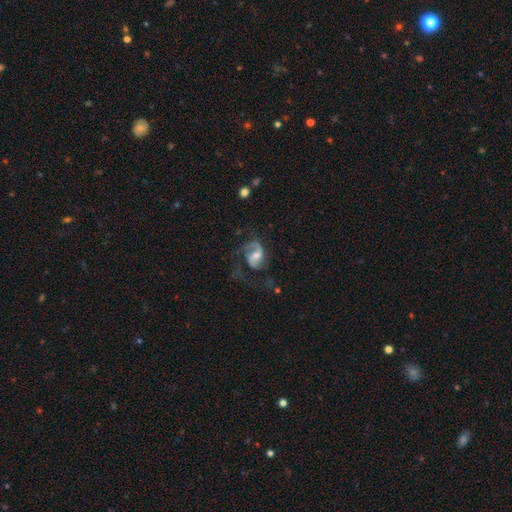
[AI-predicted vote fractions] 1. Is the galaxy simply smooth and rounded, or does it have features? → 81% featured or disk, 13% smooth, 6% star or artifact.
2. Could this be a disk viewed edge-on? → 98% no, 2% yes.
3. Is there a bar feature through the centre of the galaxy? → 49% weak, 35% no, 17% strong.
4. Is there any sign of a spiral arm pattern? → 94% yes, 6% no.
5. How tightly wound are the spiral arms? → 48% medium, 38% loose, 14% tight.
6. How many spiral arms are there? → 69% 2, 23% 1, 5% can't tell, 2% 3, 1% 4, 1% more than 4.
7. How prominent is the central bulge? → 53% moderate, 31% small, 8% large, 6% none, 1% dominant.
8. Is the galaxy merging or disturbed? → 45% none, 33% major disturbance, 19% minor disturbance, 3% merger.